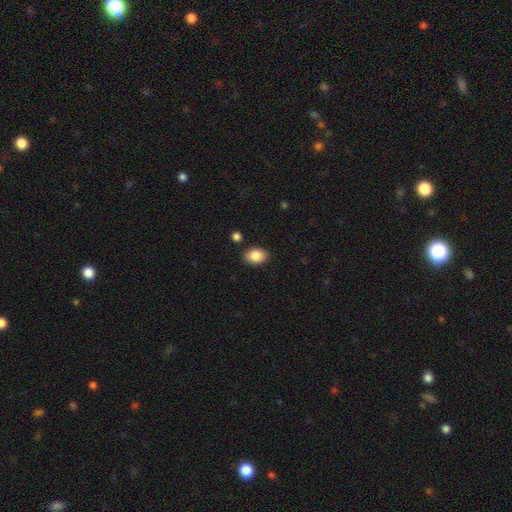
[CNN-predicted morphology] This is clearly a smooth galaxy (87%). How rounded: likely in between (78%). Merging: clearly none (86%).